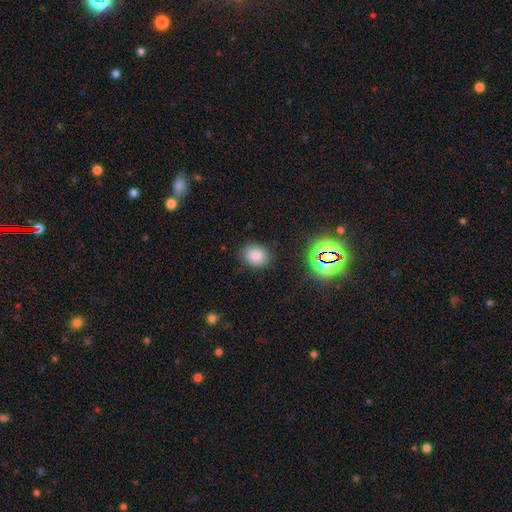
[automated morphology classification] A smooth galaxy with no disk features (79%) that is round (53%). Merging: none (84%).